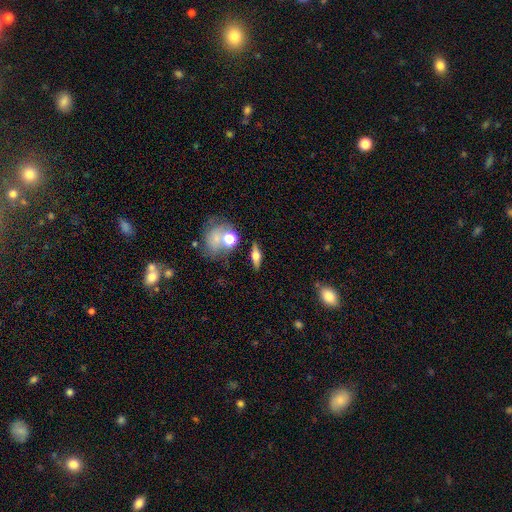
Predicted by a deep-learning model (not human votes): smooth-or-featured: featured or disk: 56% | smooth: 34% | star or artifact: 10%
  disk-edge-on: yes: 90% | no: 10%
    edge-on-bulge: rounded: 95% | boxy: 3% | none: 1%
  merging: none: 82% | minor disturbance: 10% | merger: 5% | major disturbance: 3%